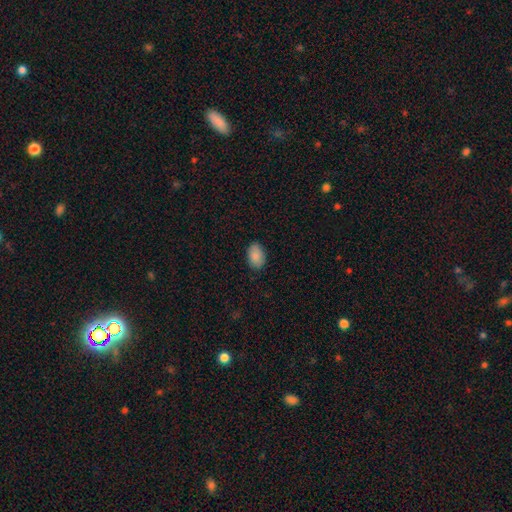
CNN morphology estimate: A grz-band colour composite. It shows a smooth galaxy with no disk features (88%) that is in between round and cigar-shaped (87%). Merging: none (86%).